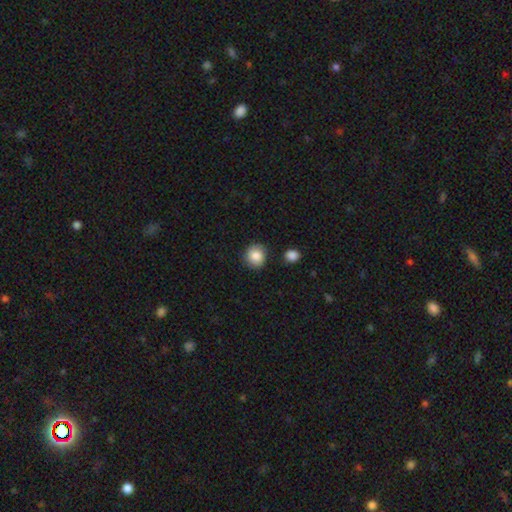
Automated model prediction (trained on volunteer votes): This is clearly a smooth galaxy (84%). How rounded: clearly round (87%). Merging: clearly none (83%).